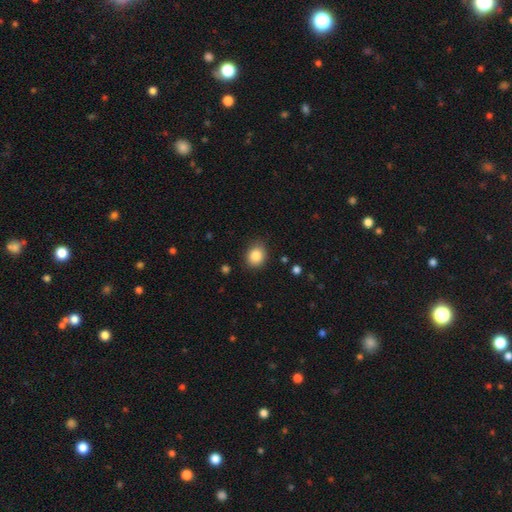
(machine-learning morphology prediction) This is clearly a smooth galaxy (86%). How rounded: likely round (62%). Merging: clearly none (83%).